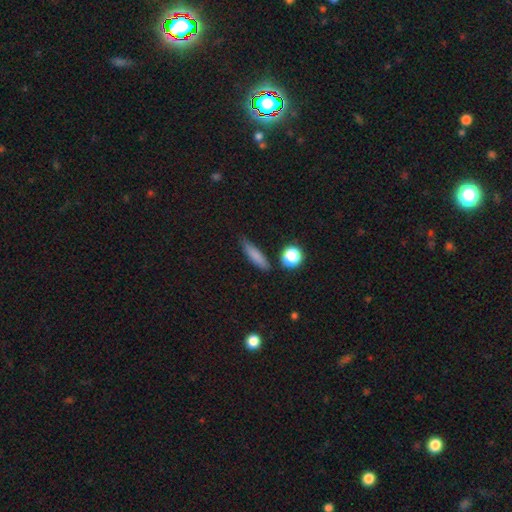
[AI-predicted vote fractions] This appears to be a smooth galaxy with no disk features (79%) that is cigar-shaped (71%). Merging: none (80%).